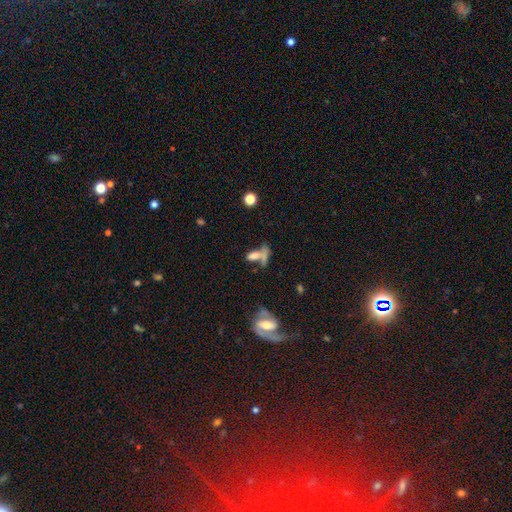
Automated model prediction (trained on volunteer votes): Smooth or featured? Predicted: smooth (p=0.64). How rounded? Predicted: in between (p=0.61). Merging? Predicted: merger (p=0.44).